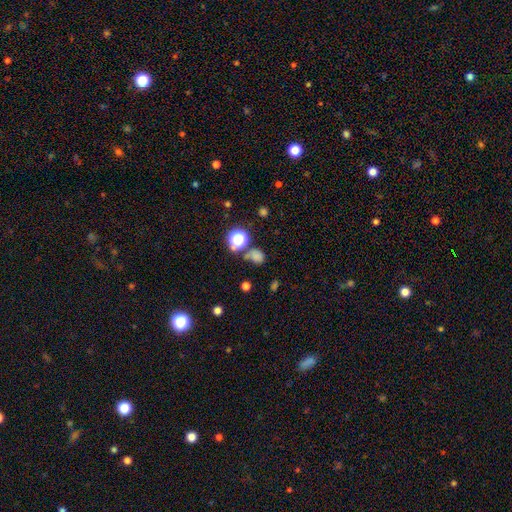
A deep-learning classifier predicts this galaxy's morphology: Smooth or featured: smooth — 67% (star or artifact — 26%)
How rounded: round — 65% (in between — 34%)
Merging: none — 58% (minor disturbance — 18%)